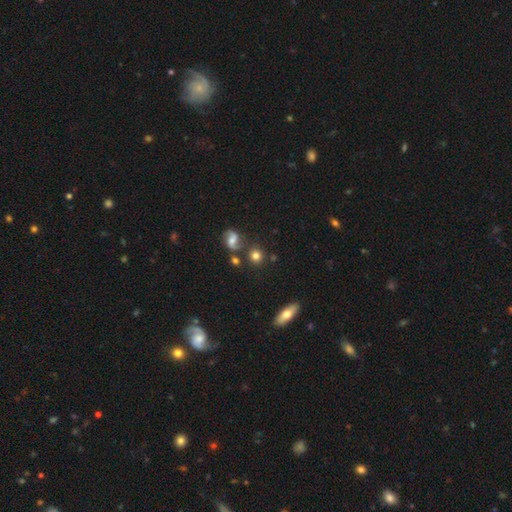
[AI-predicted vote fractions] smooth 77%, featured or disk 13%, star or artifact 10%. Down the decision tree: how rounded — round (89%); merging — none (75%).